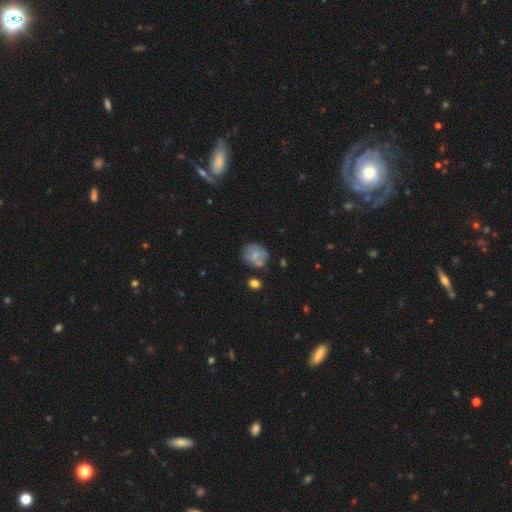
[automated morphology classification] Smooth or featured?
  - smooth: 59% *
  - featured or disk: 32%
  - star or artifact: 9%
How rounded?
  - round: 67% *
  - in between: 32%
  - cigar-shaped: 1%
Merging?
  - none: 59% *
  - minor disturbance: 23%
  - major disturbance: 9%
  - merger: 8%